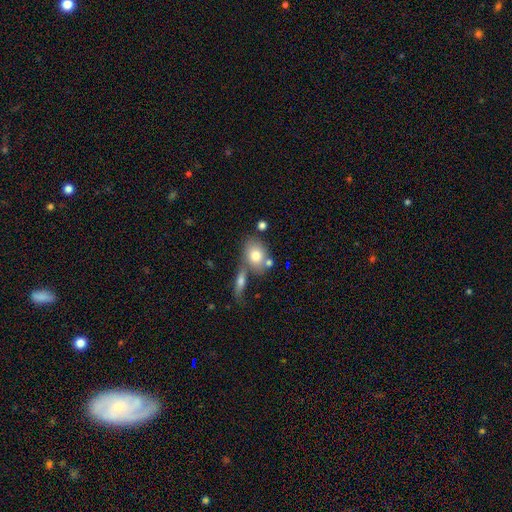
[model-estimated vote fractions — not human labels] The model was most divided on "merging": none: 52%, merger: 30%, minor disturbance: 13%, major disturbance: 5%. More confident: smooth or featured — smooth (75%); how rounded — in between (69%).